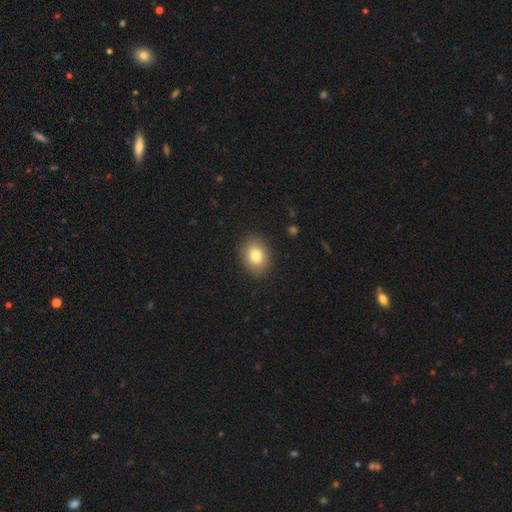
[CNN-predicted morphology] Q: Smooth or featured?
A: smooth (82%); runner-up: featured or disk (9%)
Q: How rounded?
A: in between (67%); runner-up: round (32%)
Q: Merging?
A: none (89%); runner-up: minor disturbance (8%)